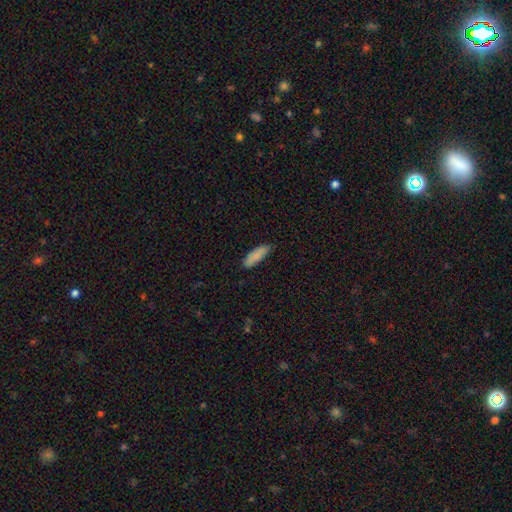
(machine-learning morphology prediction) smooth_or_featured: smooth (p=0.86) [alt: featured or disk p=0.08]
how_rounded: in between (p=0.55) [alt: cigar-shaped p=0.44]
merging: none (p=0.80) [alt: minor disturbance p=0.17]